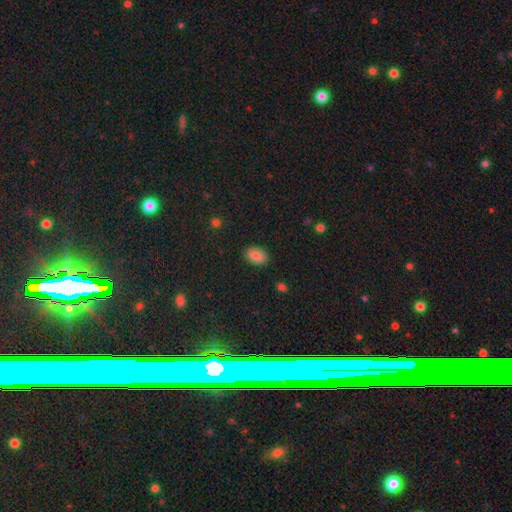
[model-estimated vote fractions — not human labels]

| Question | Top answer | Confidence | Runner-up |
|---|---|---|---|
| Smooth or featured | smooth | 83% | star or artifact (9%) |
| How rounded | in between | 83% | round (15%) |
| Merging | none | 87% | minor disturbance (10%) |